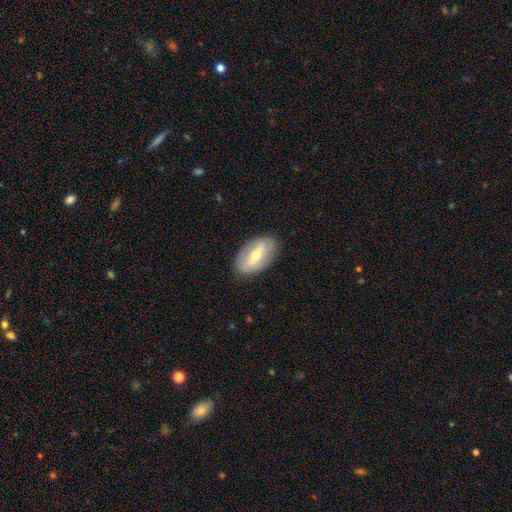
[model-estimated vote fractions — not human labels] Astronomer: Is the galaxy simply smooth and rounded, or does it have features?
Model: featured or disk — 56% (runner-up: smooth, 38%).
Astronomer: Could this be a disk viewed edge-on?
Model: no — 83%.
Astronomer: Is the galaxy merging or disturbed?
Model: none — 83%.